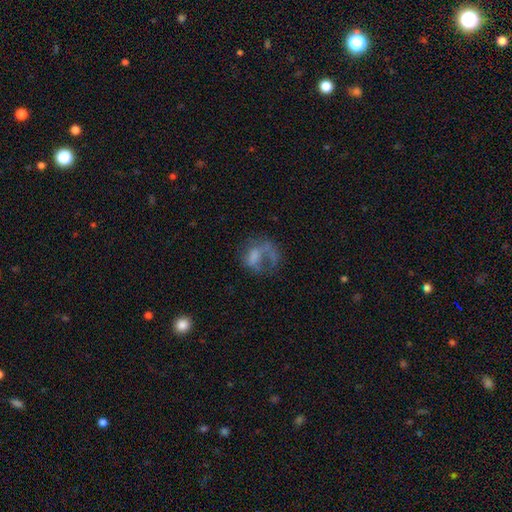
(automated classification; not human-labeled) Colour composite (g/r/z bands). It shows a featured or disk galaxy (46%). Merging: major disturbance (48%).